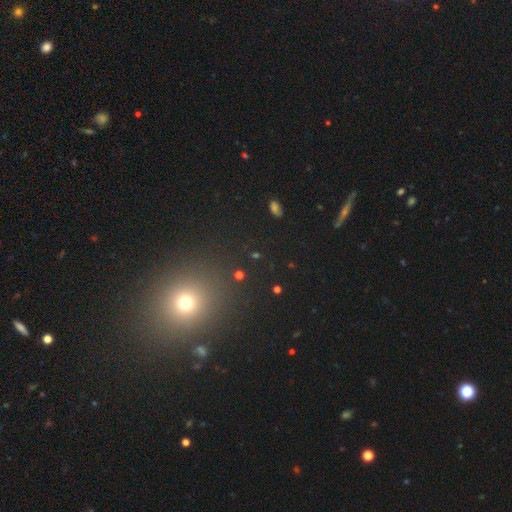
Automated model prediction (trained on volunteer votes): smooth_or_featured: smooth (p=0.45) [alt: star or artifact p=0.44]
merging: none (p=0.85) [alt: minor disturbance p=0.07]